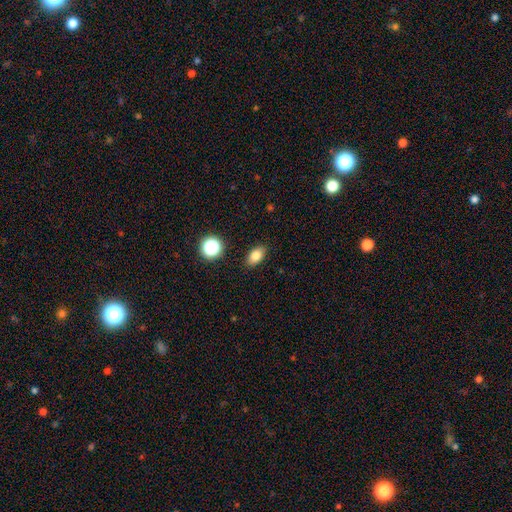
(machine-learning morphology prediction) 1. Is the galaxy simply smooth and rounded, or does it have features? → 81% smooth, 11% star or artifact, 8% featured or disk.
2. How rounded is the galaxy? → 86% in between, 11% round, 3% cigar-shaped.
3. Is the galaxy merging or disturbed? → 88% none, 9% minor disturbance, 2% major disturbance, 2% merger.